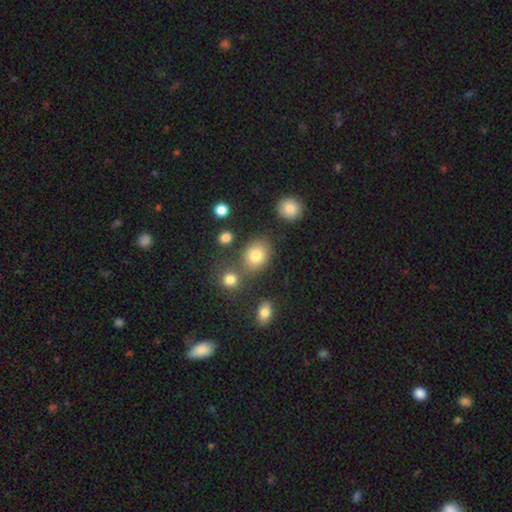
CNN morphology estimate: Smooth or featured?
  - smooth: 80% *
  - star or artifact: 12%
  - featured or disk: 8%
How rounded?
  - round: 52% *
  - in between: 47%
  - cigar-shaped: 1%
Merging?
  - none: 70% *
  - merger: 13%
  - minor disturbance: 12%
  - major disturbance: 5%